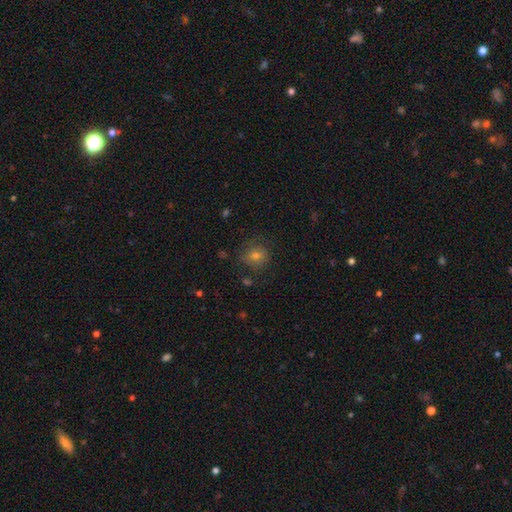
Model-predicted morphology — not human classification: A smooth galaxy with no disk features (60%) that is round (80%). Merging: none (74%).